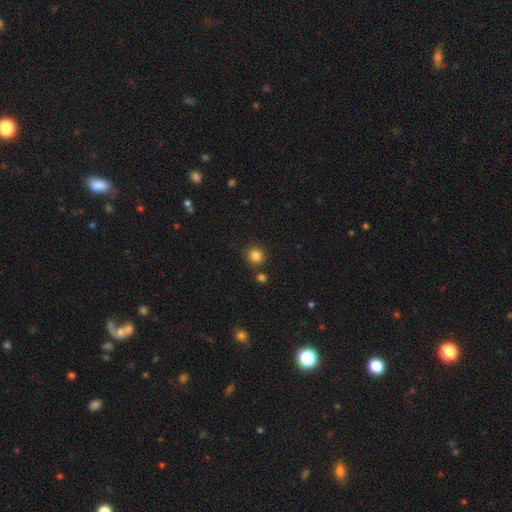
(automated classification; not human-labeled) Smooth or featured? smooth (84%)
How rounded? round (89%)
Merging? none (83%)